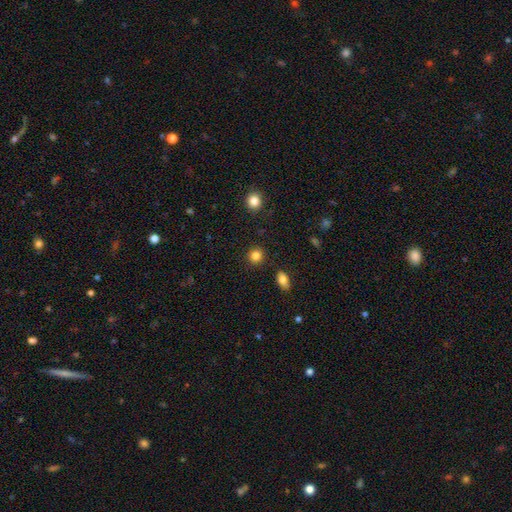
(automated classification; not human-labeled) Smooth or featured: smooth — 85% (star or artifact — 11%)
How rounded: round — 89% (in between — 10%)
Merging: none — 91% (minor disturbance — 6%)